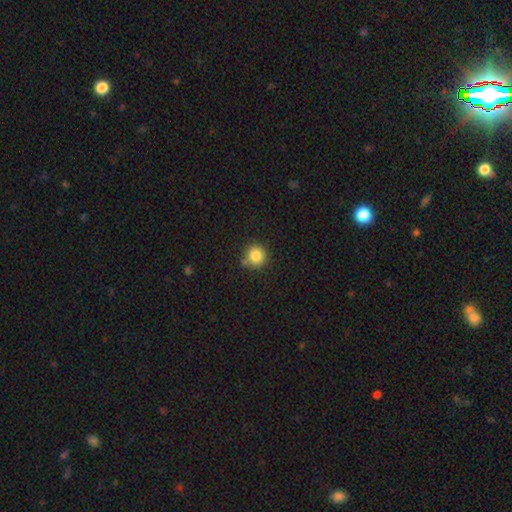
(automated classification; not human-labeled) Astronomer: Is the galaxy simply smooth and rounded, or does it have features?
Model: smooth — 85%.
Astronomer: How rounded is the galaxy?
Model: round — 94%.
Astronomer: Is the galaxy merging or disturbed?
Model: none — 80%.